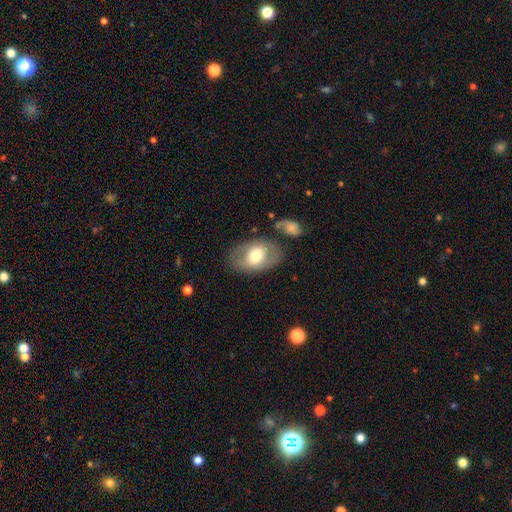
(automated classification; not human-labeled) Overall: smooth (60%; featured or disk 33%). How rounded: in between (85%). Merging: none (71%).